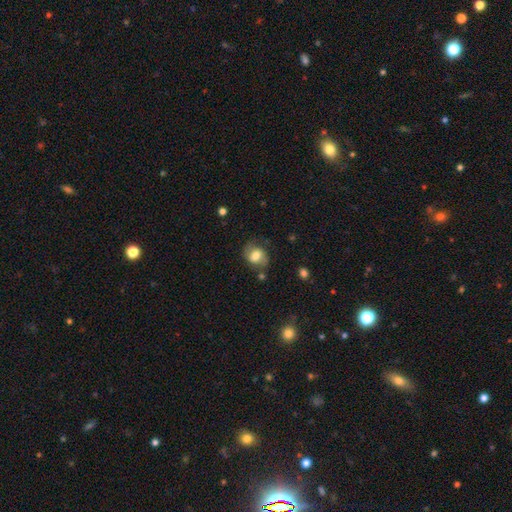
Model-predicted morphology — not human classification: smooth-or-featured: smooth: 62% | featured or disk: 30% | star or artifact: 9%
  how-rounded: in between: 53% | round: 46% | cigar-shaped: 1%
  merging: none: 65% | minor disturbance: 22% | major disturbance: 9% | merger: 4%